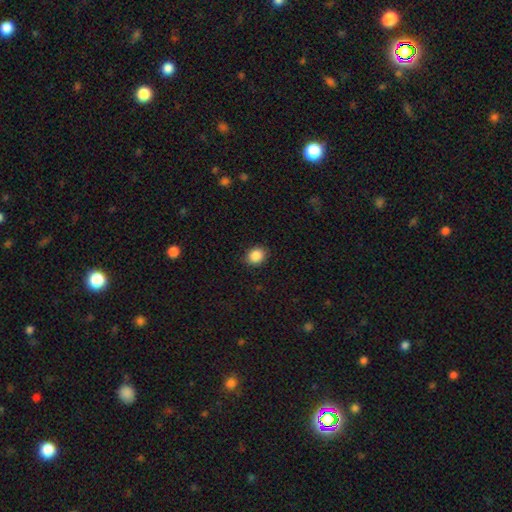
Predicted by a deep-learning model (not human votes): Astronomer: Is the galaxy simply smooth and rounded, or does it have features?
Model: smooth — 88%.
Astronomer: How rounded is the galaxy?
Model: round — 63%.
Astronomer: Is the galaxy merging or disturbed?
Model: none — 89%.